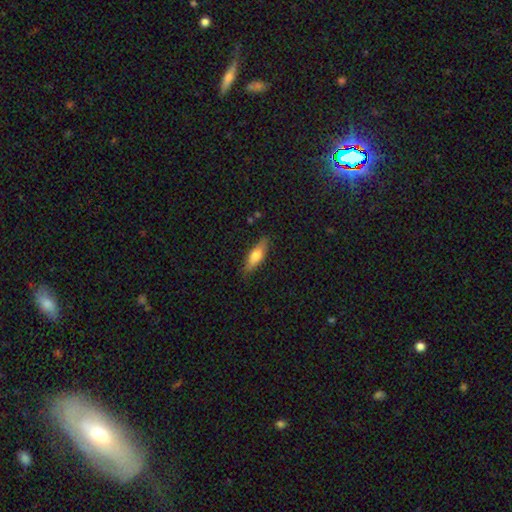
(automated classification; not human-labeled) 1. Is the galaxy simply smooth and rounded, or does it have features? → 65% smooth, 29% featured or disk, 6% star or artifact.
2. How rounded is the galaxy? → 52% in between, 46% cigar-shaped, 2% round.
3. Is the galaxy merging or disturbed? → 81% none, 15% minor disturbance, 3% major disturbance, 1% merger.